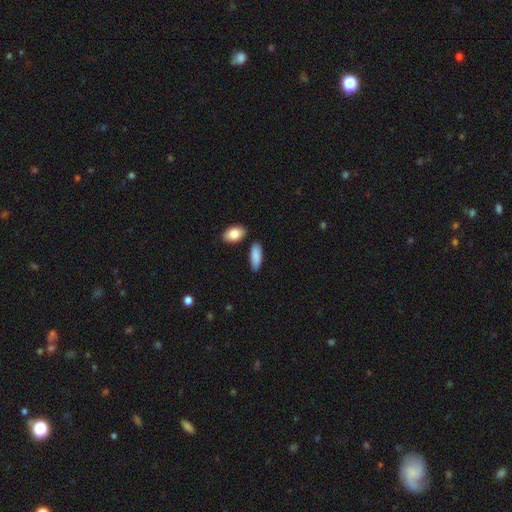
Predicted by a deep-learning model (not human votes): This appears to be a smooth galaxy with no disk features (88%) that is in between round and cigar-shaped (73%). Merging: none (81%).